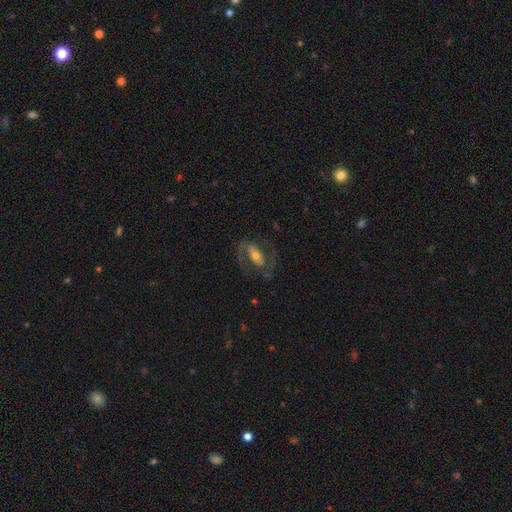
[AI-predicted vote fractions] Overall: featured or disk (77%). Edge-on disk: no (94%). Bar: strong (43%; weak 32%). Spiral arms: yes (86%). Spiral arm count: 2 (86%). Spiral winding: medium (54%; loose 25%). Bulge size: moderate (54%; small 34%). Merging: none (68%).